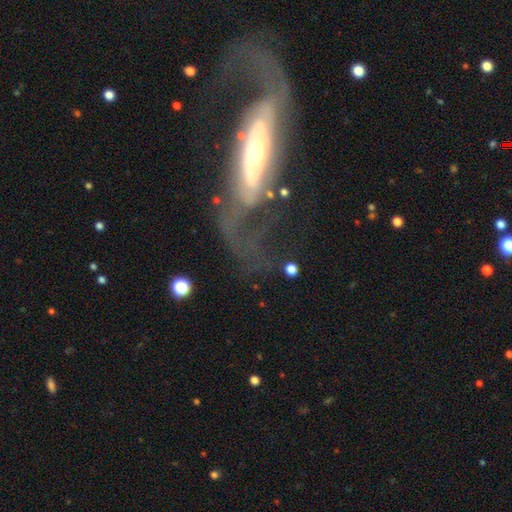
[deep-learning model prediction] A featured or disk galaxy (80%) with no bar (46%), 2 (72%) medium (38%) spiral arms (84%) and a small central bulge (62%).

Vote fractions:
- Smooth or featured? featured or disk: 80% / smooth: 12% / star or artifact: 7%
- Edge-on disk? no: 86% / yes: 14%
- Bar? no: 46% / strong: 29% / weak: 25%
- Spiral arms? yes: 84% / no: 16%
- Spiral winding? medium: 38% / loose: 36% / tight: 27%
- Spiral arm count? 2: 72% / can't tell: 16% / 1: 4% / 3: 3% / 4: 2% / more than 4: 2%
- Bulge size? small: 62% / moderate: 28% / large: 6% / dominant: 2% / none: 2%
- Merging? none: 56% / major disturbance: 25% / minor disturbance: 15% / merger: 4%